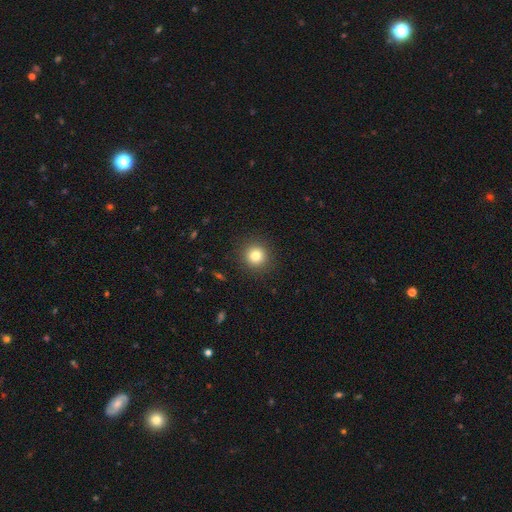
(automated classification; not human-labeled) smooth-or-featured: smooth: 81% | star or artifact: 12% | featured or disk: 7%
  how-rounded: round: 94% | in between: 5% | cigar-shaped: 1%
  merging: none: 91% | minor disturbance: 5% | major disturbance: 2% | merger: 1%